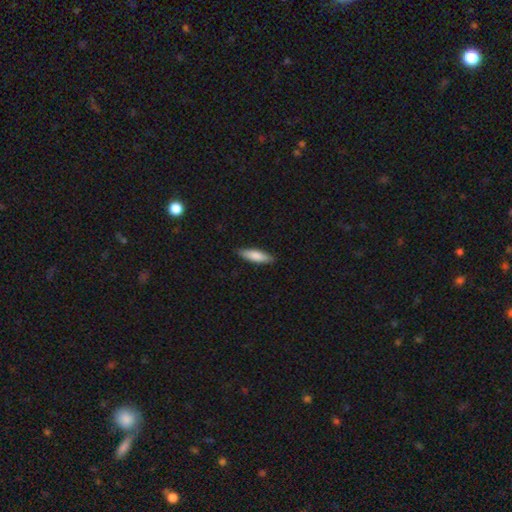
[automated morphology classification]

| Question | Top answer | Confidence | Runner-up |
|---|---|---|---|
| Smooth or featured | smooth | 83% | featured or disk (12%) |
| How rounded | cigar-shaped | 62% | in between (37%) |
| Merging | none | 88% | minor disturbance (10%) |